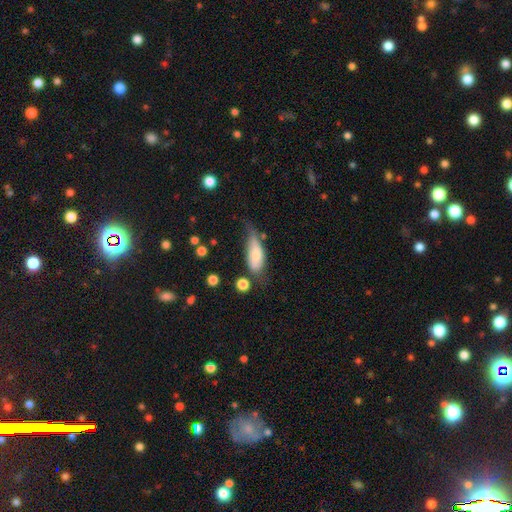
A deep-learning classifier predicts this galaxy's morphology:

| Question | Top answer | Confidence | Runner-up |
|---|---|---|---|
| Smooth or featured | smooth | 71% | featured or disk (22%) |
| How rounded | in between | 73% | cigar-shaped (24%) |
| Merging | minor disturbance | 39% | none (38%) |